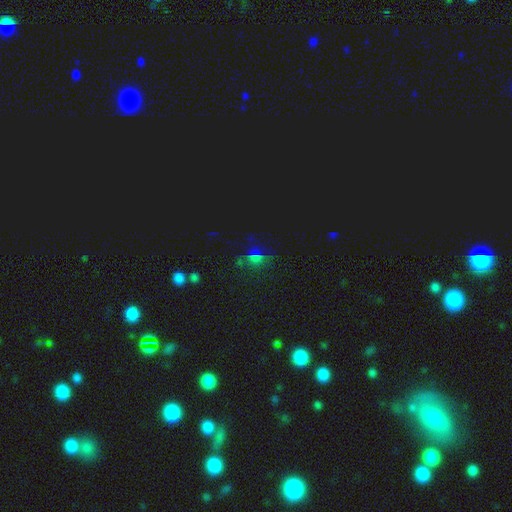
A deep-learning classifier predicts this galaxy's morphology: Overall: star or artifact (57%; smooth 33%).